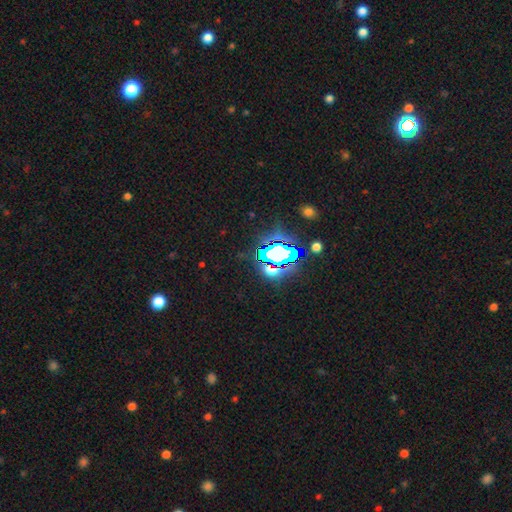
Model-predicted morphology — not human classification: Smooth or featured? Predicted: star or artifact (p=0.72).